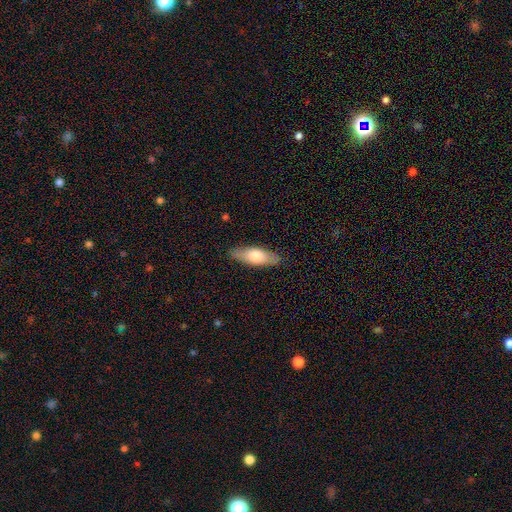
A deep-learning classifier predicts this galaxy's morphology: Q: Smooth or featured?
A: smooth (70%); runner-up: featured or disk (24%)
Q: How rounded?
A: in between (62%); runner-up: cigar-shaped (36%)
Q: Merging?
A: none (87%); runner-up: minor disturbance (10%)